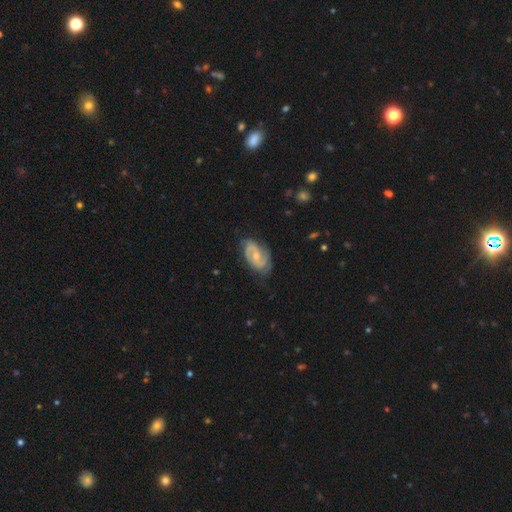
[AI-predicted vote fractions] A featured or disk galaxy (84%) with a weak bar (47%), 2 (86%) medium (47%) spiral arms (96%) and a small central bulge (50%). Merging: none (73%).